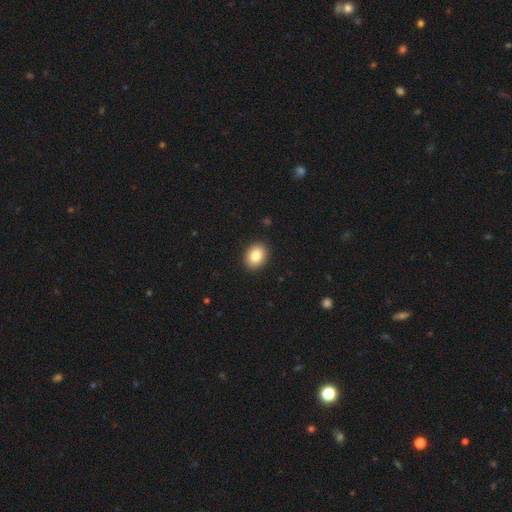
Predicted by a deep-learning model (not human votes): Smooth or featured?
  - smooth: 83% *
  - star or artifact: 9%
  - featured or disk: 8%
How rounded?
  - in between: 55% *
  - round: 44%
  - cigar-shaped: 1%
Merging?
  - none: 91% *
  - minor disturbance: 6%
  - major disturbance: 2%
  - merger: 1%